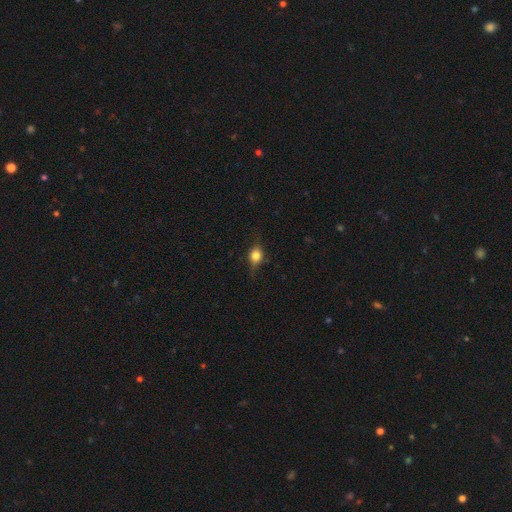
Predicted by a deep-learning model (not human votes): smooth 70%, featured or disk 19%, star or artifact 11%. Down the decision tree: how rounded — round (54%); merging — none (67%).